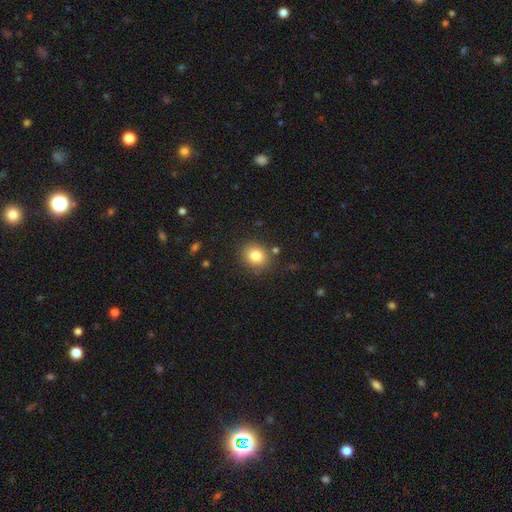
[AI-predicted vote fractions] Q: Smooth or featured?
A: smooth (81%); runner-up: star or artifact (11%)
Q: How rounded?
A: round (73%); runner-up: in between (26%)
Q: Merging?
A: none (84%); runner-up: minor disturbance (10%)